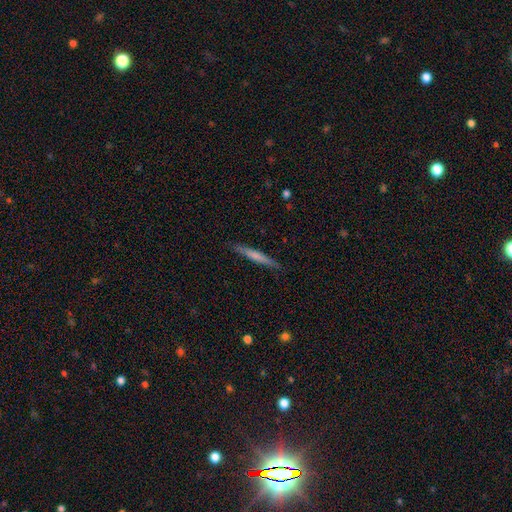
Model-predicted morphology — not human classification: smooth 58%, featured or disk 36%, star or artifact 6%. Down the decision tree: how rounded — cigar-shaped (96%); merging — none (89%).